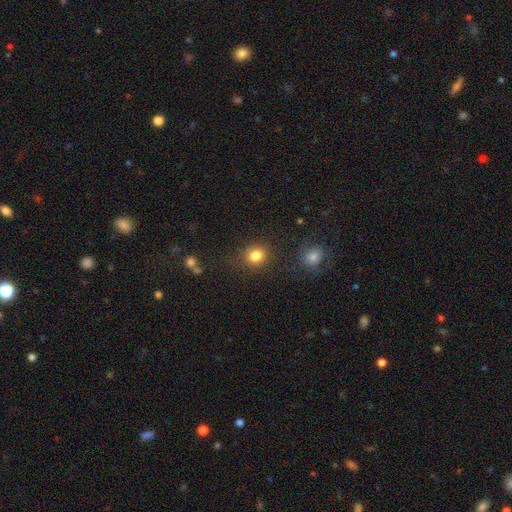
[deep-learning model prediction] Morphology: type=smooth (82%); roundness=round (83%); merging=none (82%).